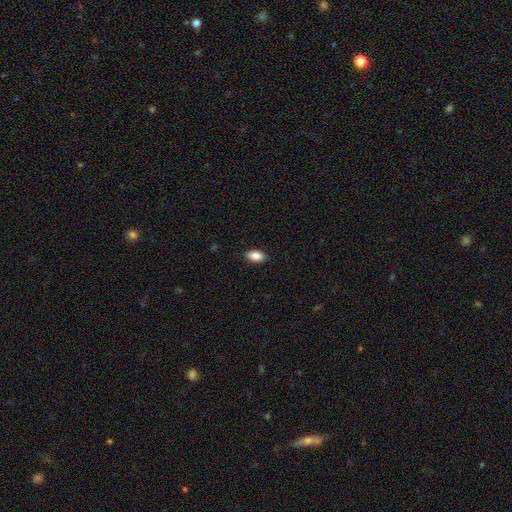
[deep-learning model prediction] The model was most divided on "merging": none: 87%, minor disturbance: 10%, major disturbance: 2%, merger: 1%. More confident: how rounded — in between (91%); smooth or featured — smooth (85%).